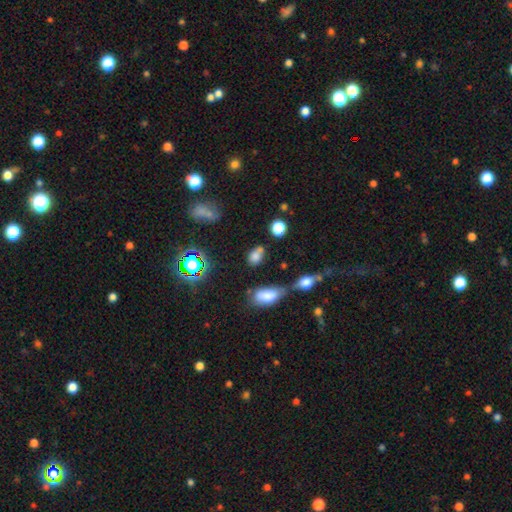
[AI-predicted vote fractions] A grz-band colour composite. It shows a smooth galaxy with no disk features (69%) that is in between round and cigar-shaped (72%). Merging: none (51%).